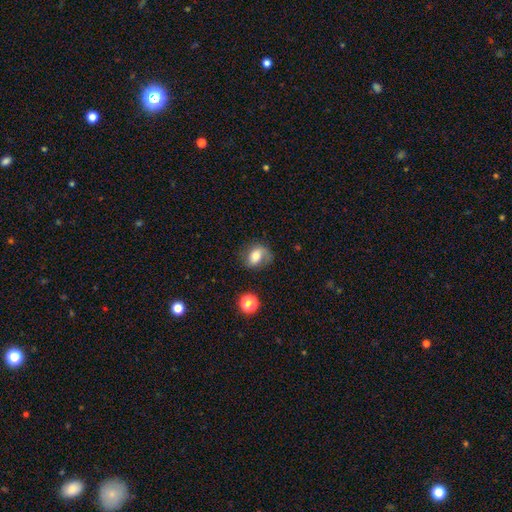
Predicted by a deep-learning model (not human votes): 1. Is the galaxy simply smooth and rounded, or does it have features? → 54% smooth, 35% featured or disk, 10% star or artifact.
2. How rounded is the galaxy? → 61% in between, 37% round, 1% cigar-shaped.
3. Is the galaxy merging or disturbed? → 53% none, 26% minor disturbance, 18% major disturbance, 3% merger.